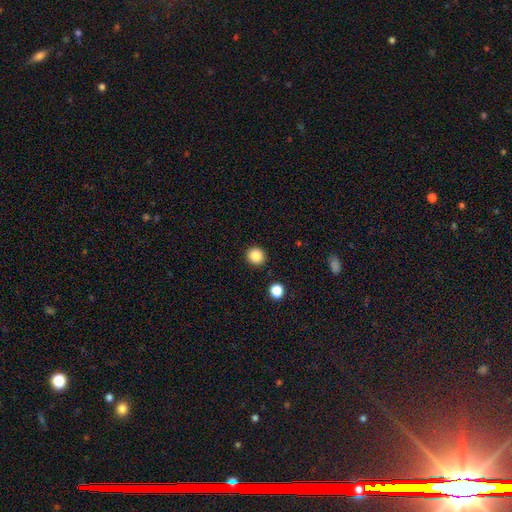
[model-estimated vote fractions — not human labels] Smooth or featured: smooth — 86% (star or artifact — 10%)
How rounded: round — 88% (in between — 11%)
Merging: none — 90% (minor disturbance — 6%)